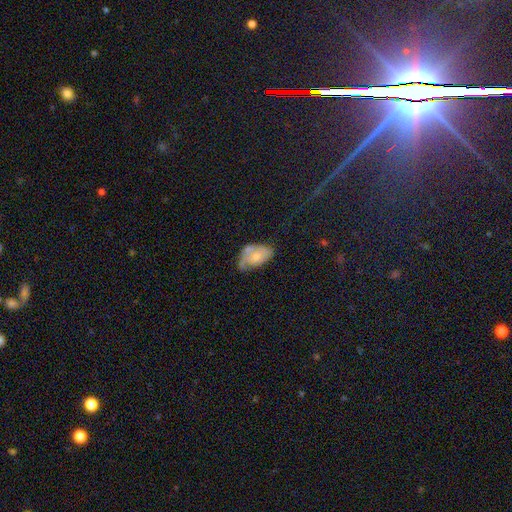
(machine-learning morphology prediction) Smooth or featured? smooth (51%)
How rounded? in between (90%)
Merging? minor disturbance (36%)